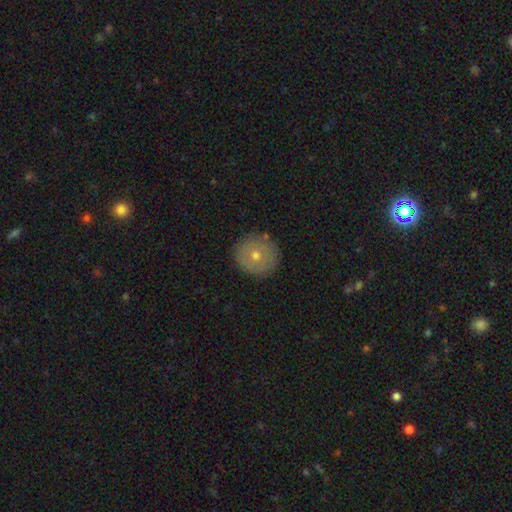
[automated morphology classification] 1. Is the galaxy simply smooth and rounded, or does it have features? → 60% smooth, 30% featured or disk, 10% star or artifact.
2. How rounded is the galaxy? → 93% round, 6% in between, 1% cigar-shaped.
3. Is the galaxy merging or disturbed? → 89% none, 8% minor disturbance, 2% major disturbance, 1% merger.